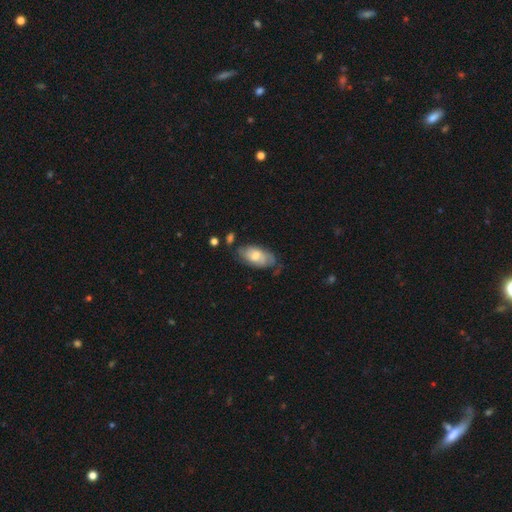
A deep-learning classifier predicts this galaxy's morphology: Smooth or featured: smooth — 49% (featured or disk — 45%)
Merging: none — 53% (minor disturbance — 31%)